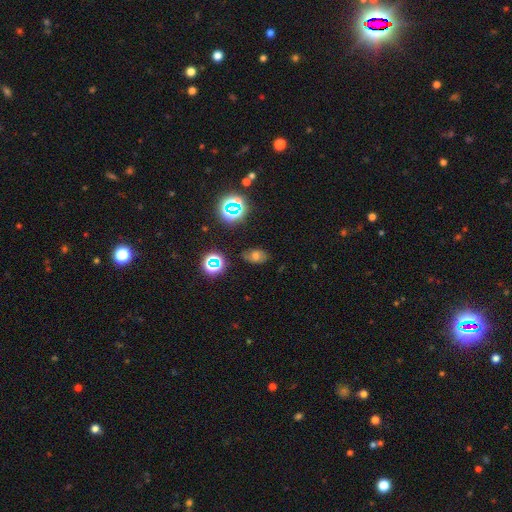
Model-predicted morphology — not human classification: type=smooth (54%); roundness=in between (79%); merging=none (72%).